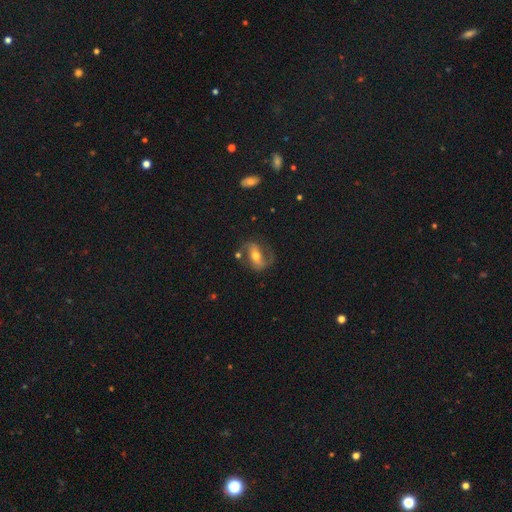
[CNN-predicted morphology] This appears to be a featured or disk galaxy (72%) with a strong bar (43%), 2 (85%) medium (46%) spiral arms (86%) and a moderate central bulge (69%). Merging: none (66%).